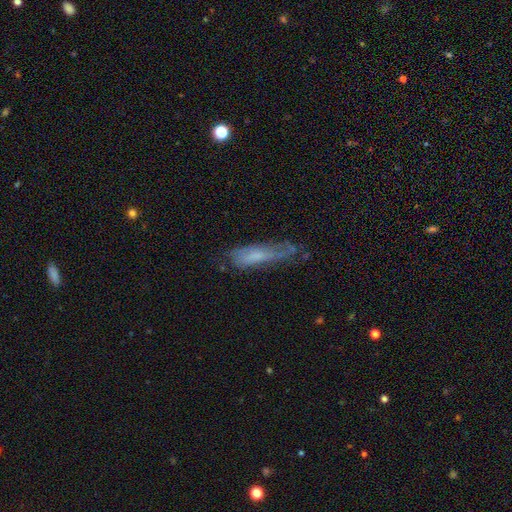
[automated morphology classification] type=smooth (53%); roundness=cigar-shaped (69%); merging=none (44%).